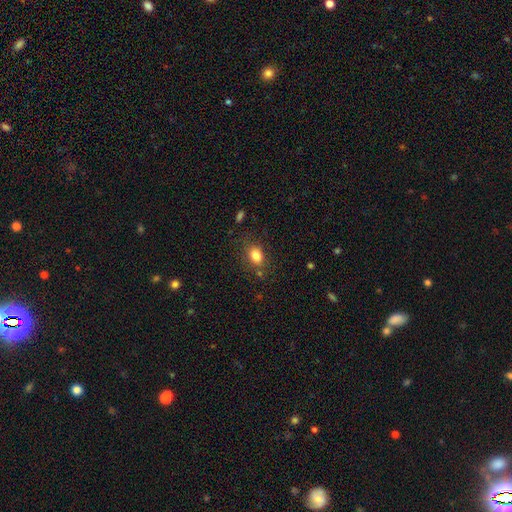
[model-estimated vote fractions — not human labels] This is clearly a smooth galaxy (82%). How rounded: likely in between (66%). Merging: likely none (77%).